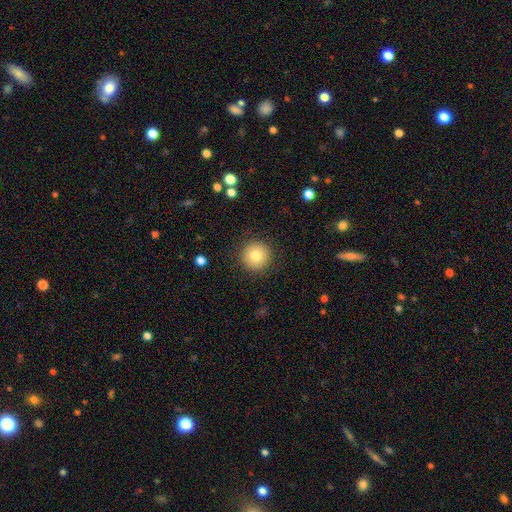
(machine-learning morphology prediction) Smooth or featured?
  - smooth: 80% *
  - featured or disk: 10%
  - star or artifact: 10%
How rounded?
  - round: 96% *
  - in between: 3%
  - cigar-shaped: 1%
Merging?
  - none: 90% *
  - minor disturbance: 6%
  - major disturbance: 2%
  - merger: 1%